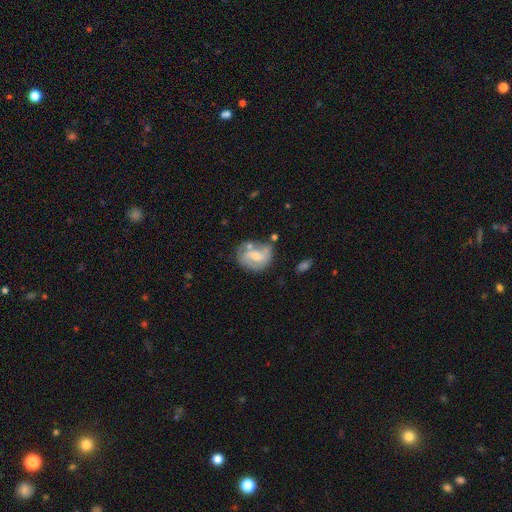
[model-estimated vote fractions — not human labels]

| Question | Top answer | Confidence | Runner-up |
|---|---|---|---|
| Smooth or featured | featured or disk | 67% | smooth (27%) |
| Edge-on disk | no | 97% | yes (3%) |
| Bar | weak | 48% | no (38%) |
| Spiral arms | yes | 78% | no (22%) |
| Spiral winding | medium | 45% | tight (33%) |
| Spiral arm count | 2 | 63% | can't tell (20%) |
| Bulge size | moderate | 51% | small (39%) |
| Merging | none | 50% | minor disturbance (25%) |